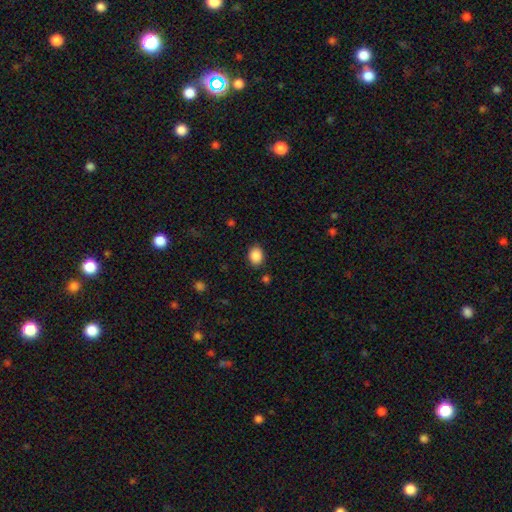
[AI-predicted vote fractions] Q: Smooth or featured?
A: smooth (88%); runner-up: star or artifact (9%)
Q: How rounded?
A: in between (57%); runner-up: round (42%)
Q: Merging?
A: none (85%); runner-up: minor disturbance (10%)